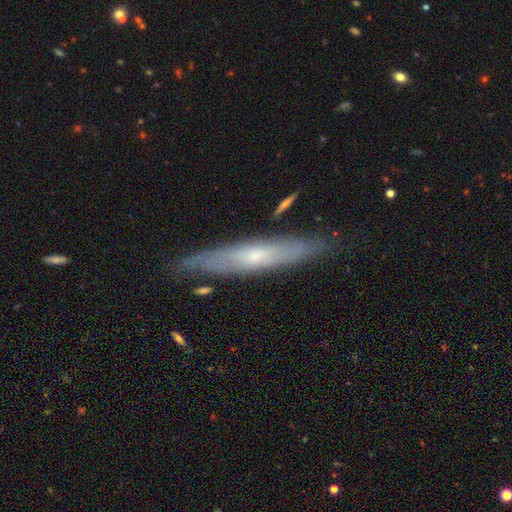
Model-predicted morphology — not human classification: Smooth or featured: featured or disk — 57% (smooth — 37%)
Edge-on disk: yes — 76% (no — 24%)
Merging: none — 82% (minor disturbance — 13%)